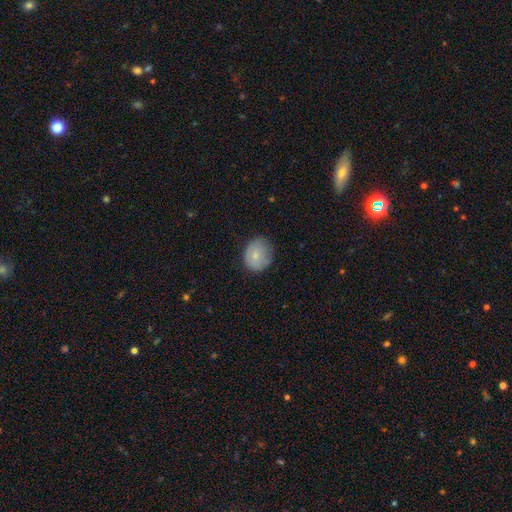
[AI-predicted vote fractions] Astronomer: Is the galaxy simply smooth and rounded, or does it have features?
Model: smooth — 78%.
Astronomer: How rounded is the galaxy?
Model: round — 63%.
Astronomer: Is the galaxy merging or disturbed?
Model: none — 69%.